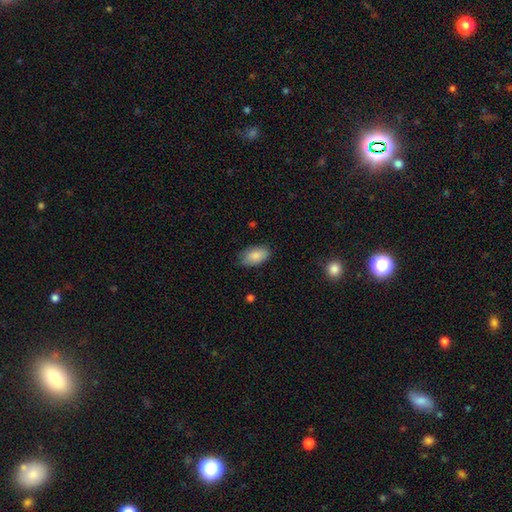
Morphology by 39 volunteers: Volunteers were most divided on "merging": none: 69%, minor disturbance: 26%, major disturbance: 3%, merger: 3%. More confident: smooth or featured — smooth (97%); how rounded — in between (92%).